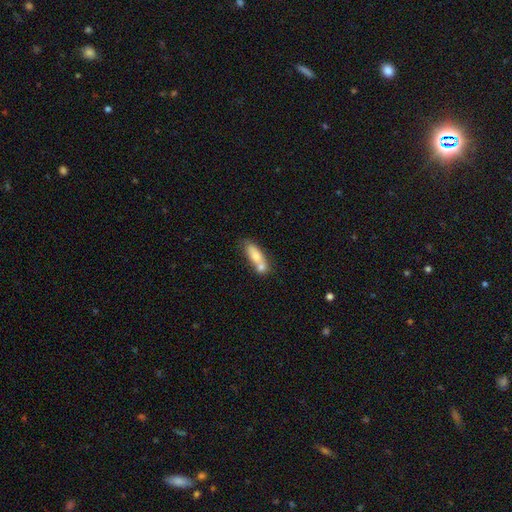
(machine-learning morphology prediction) Q: Smooth or featured?
A: smooth (70%); runner-up: featured or disk (23%)
Q: How rounded?
A: in between (58%); runner-up: cigar-shaped (38%)
Q: Merging?
A: merger (46%); runner-up: none (35%)